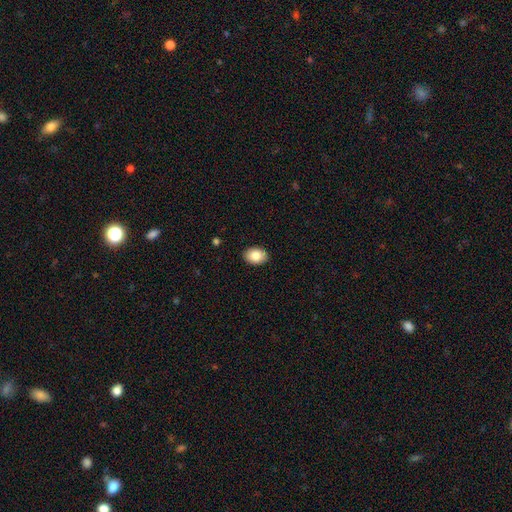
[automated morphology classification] Smooth or featured?
  - smooth: 85% *
  - featured or disk: 8%
  - star or artifact: 7%
How rounded?
  - in between: 80% *
  - round: 19%
  - cigar-shaped: 1%
Merging?
  - none: 90% *
  - minor disturbance: 7%
  - major disturbance: 2%
  - merger: 1%